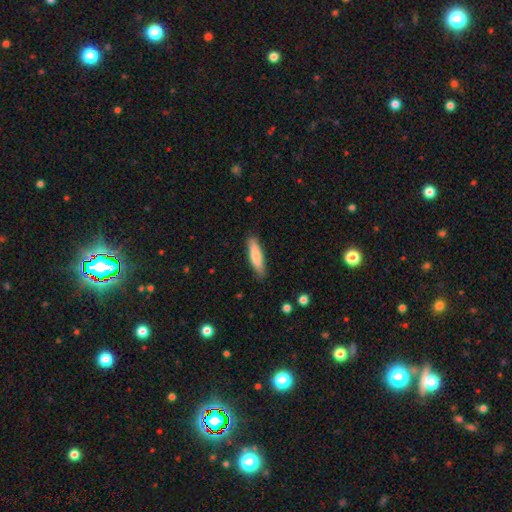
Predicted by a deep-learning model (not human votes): Smooth or featured: smooth — 79% (featured or disk — 16%)
How rounded: cigar-shaped — 75% (in between — 23%)
Merging: none — 85% (minor disturbance — 11%)